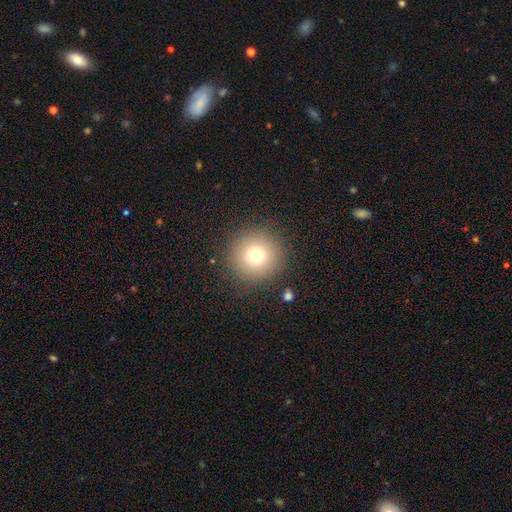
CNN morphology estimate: This is likely a smooth galaxy (75%). How rounded: clearly round (96%). Merging: clearly none (89%).